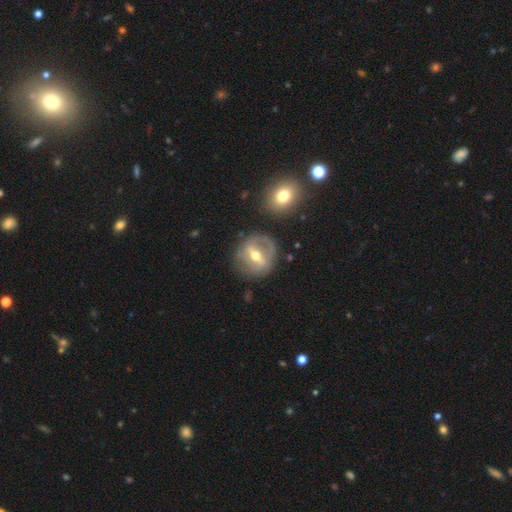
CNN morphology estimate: smooth-or-featured: featured or disk: 75% | smooth: 19% | star or artifact: 6%
  disk-edge-on: no: 93% | yes: 7%
    bar: strong: 57% | weak: 32% | no: 11%
    has-spiral-arms: yes: 62% | no: 38%
    bulge-size: moderate: 73% | small: 21% | large: 5% | none: 1% | dominant: 1%
  merging: none: 74% | minor disturbance: 16% | major disturbance: 8% | merger: 3%